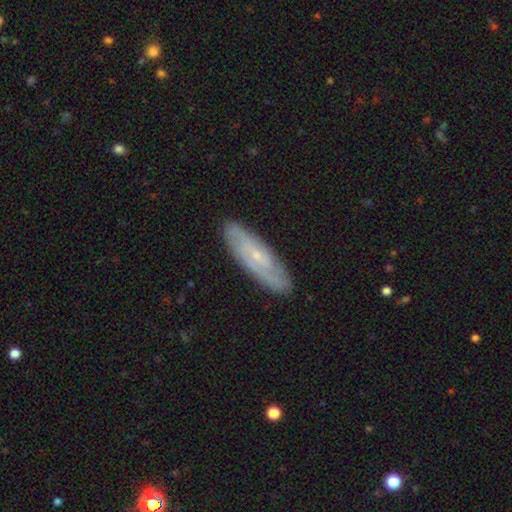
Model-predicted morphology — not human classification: featured or disk 63%, smooth 30%, star or artifact 7%. Down the decision tree: edge-on disk — no (74%); merging — none (85%).